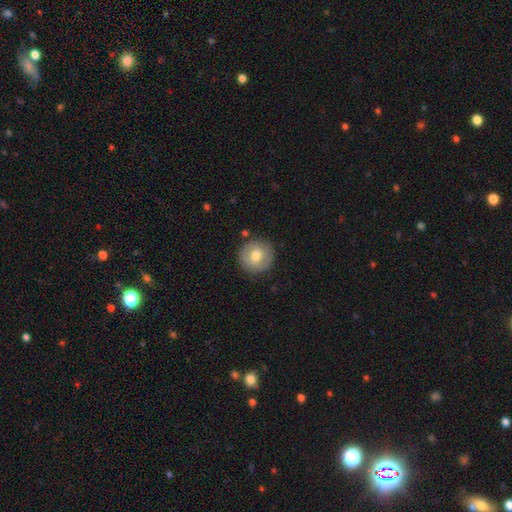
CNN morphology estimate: Smooth or featured?
  - smooth: 67% *
  - featured or disk: 26%
  - star or artifact: 7%
How rounded?
  - round: 95% *
  - in between: 4%
  - cigar-shaped: 1%
Merging?
  - none: 86% *
  - minor disturbance: 9%
  - major disturbance: 2%
  - merger: 2%